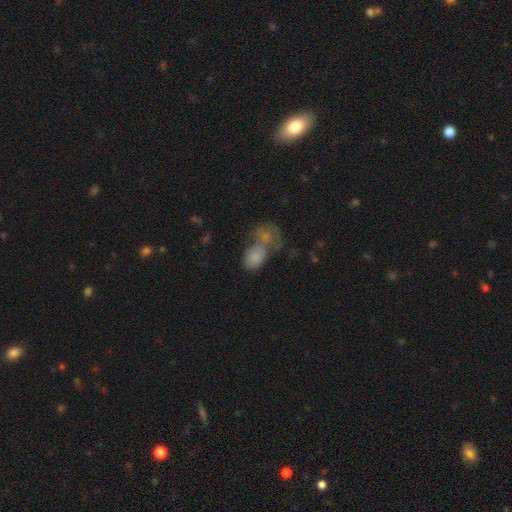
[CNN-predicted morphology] This appears to be a smooth galaxy with no disk features (75%) that is in between round and cigar-shaped (77%). Merging: merger (65%).